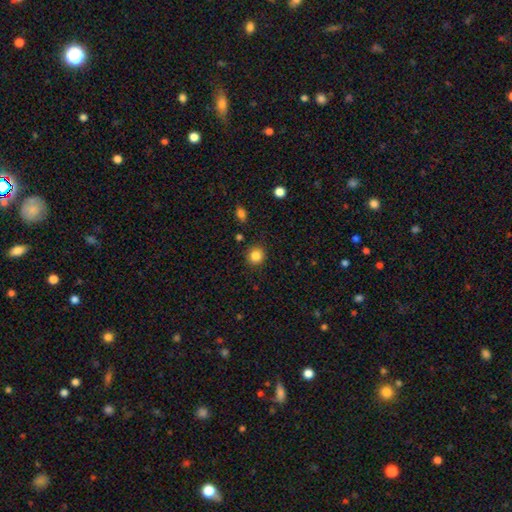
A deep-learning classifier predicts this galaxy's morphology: A smooth galaxy with no disk features (85%) that is round (89%).

Vote fractions:
- Smooth or featured? smooth: 85% / star or artifact: 11% / featured or disk: 4%
- How rounded? round: 89% / in between: 10% / cigar-shaped: 1%
- Merging? none: 88% / minor disturbance: 7% / major disturbance: 2% / merger: 2%